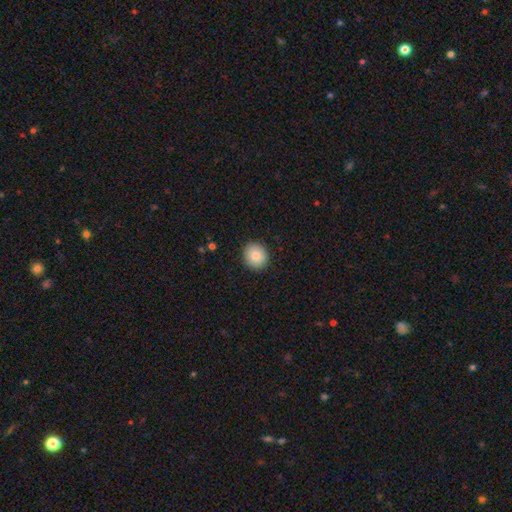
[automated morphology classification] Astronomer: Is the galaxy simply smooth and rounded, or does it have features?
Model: smooth — 84%.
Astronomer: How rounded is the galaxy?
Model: round — 82%.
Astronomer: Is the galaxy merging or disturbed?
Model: none — 90%.